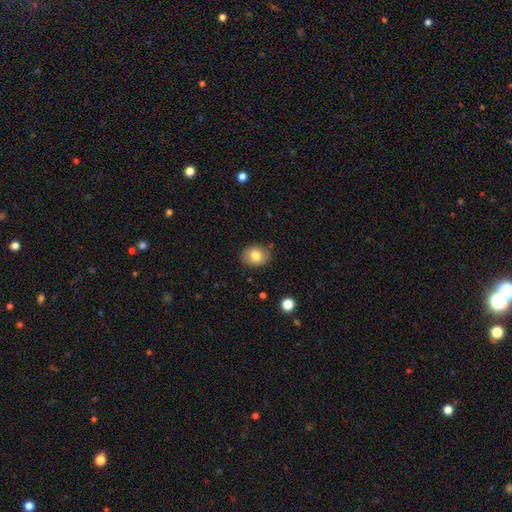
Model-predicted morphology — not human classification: Smooth or featured: smooth — 79% (featured or disk — 11%)
How rounded: round — 59% (in between — 40%)
Merging: none — 83% (minor disturbance — 12%)